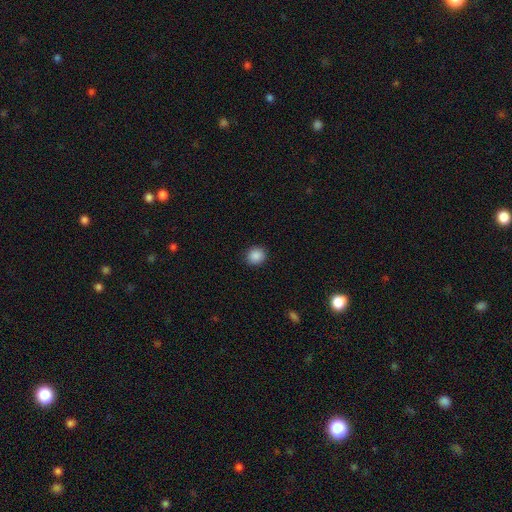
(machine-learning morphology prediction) A smooth galaxy with no disk features (88%) that is round (82%).

Vote fractions:
- Smooth or featured? smooth: 88% / star or artifact: 9% / featured or disk: 3%
- How rounded? round: 82% / in between: 17% / cigar-shaped: 1%
- Merging? none: 90% / minor disturbance: 7% / major disturbance: 2% / merger: 1%